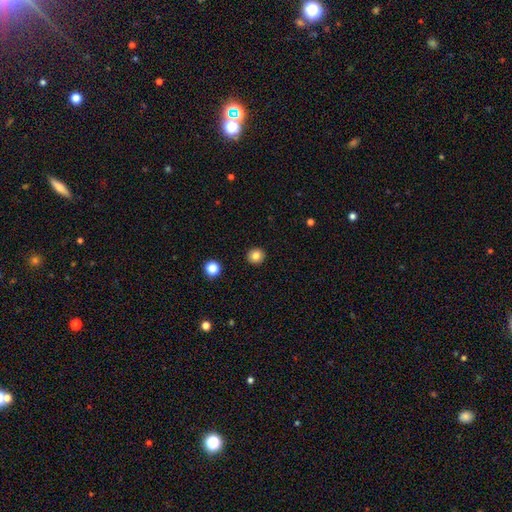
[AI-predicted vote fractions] Smooth or featured? Predicted: smooth (p=0.82). How rounded? Predicted: round (p=0.91). Merging? Predicted: none (p=0.92).